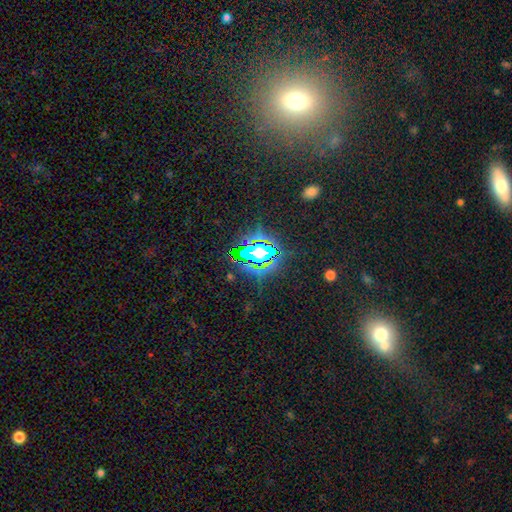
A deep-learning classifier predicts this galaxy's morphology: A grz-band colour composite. It shows a star or artifact, not a galaxy (70%).